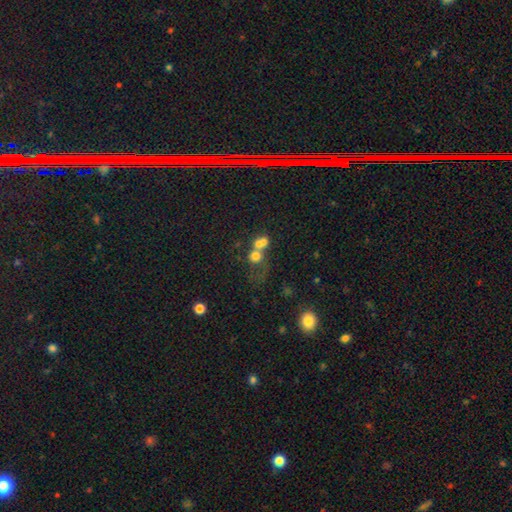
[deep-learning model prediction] This is likely a smooth galaxy (66%). How rounded: likely round (72%). Merging: likely merger (63%).